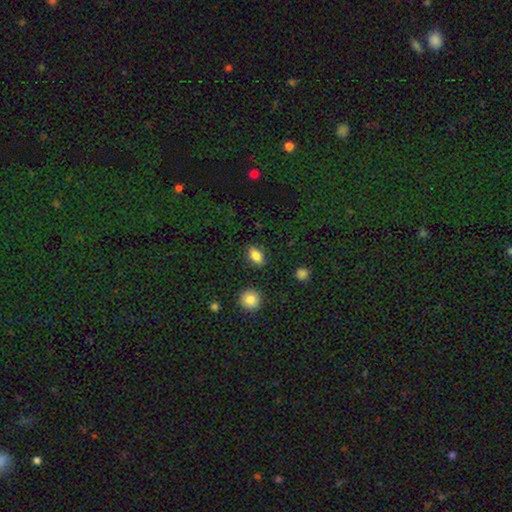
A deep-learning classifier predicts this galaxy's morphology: smooth-or-featured: smooth: 82% | featured or disk: 9% | star or artifact: 9%
  how-rounded: in between: 85% | round: 9% | cigar-shaped: 6%
  merging: none: 87% | minor disturbance: 9% | major disturbance: 2% | merger: 2%